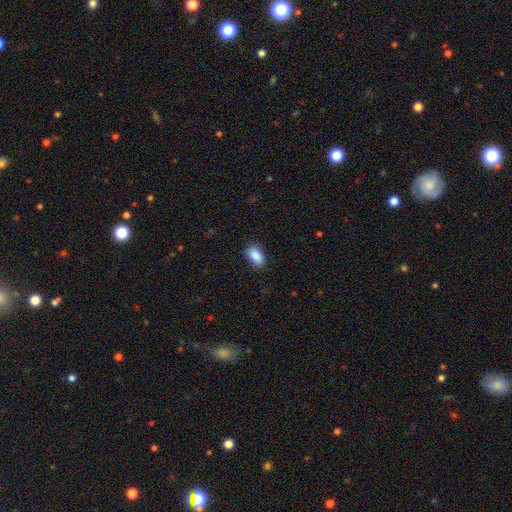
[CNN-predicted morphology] Q: Smooth or featured?
A: smooth (89%); runner-up: star or artifact (7%)
Q: How rounded?
A: in between (92%); runner-up: round (5%)
Q: Merging?
A: none (82%); runner-up: minor disturbance (14%)